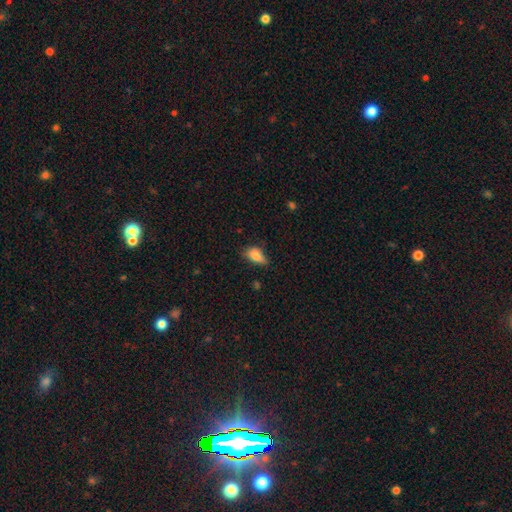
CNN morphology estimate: A smooth galaxy with no disk features (83%) that is in between round and cigar-shaped (89%). Merging: none (52%).